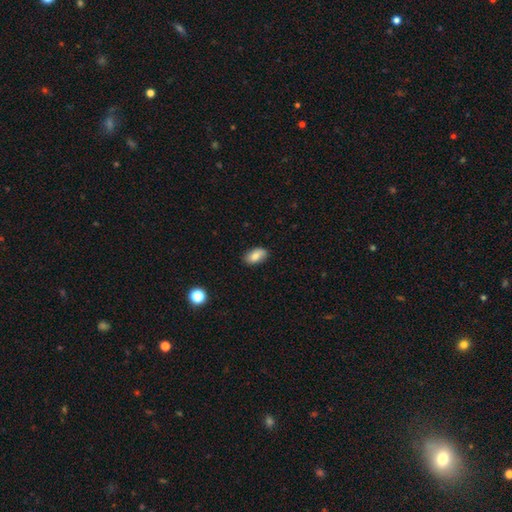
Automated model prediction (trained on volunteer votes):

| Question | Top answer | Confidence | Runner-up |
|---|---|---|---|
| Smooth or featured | smooth | 81% | featured or disk (11%) |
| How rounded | in between | 91% | round (6%) |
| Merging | none | 83% | minor disturbance (13%) |